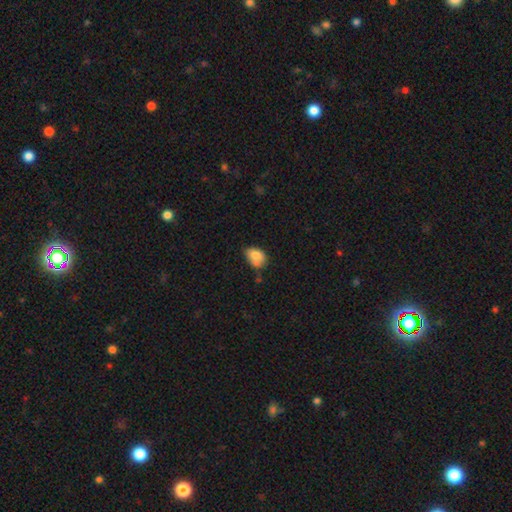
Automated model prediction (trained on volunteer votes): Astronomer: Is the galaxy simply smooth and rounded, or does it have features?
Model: smooth — 78%.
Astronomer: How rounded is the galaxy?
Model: in between — 78%.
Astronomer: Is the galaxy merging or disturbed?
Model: none — 40% (runner-up: minor disturbance, 36%).